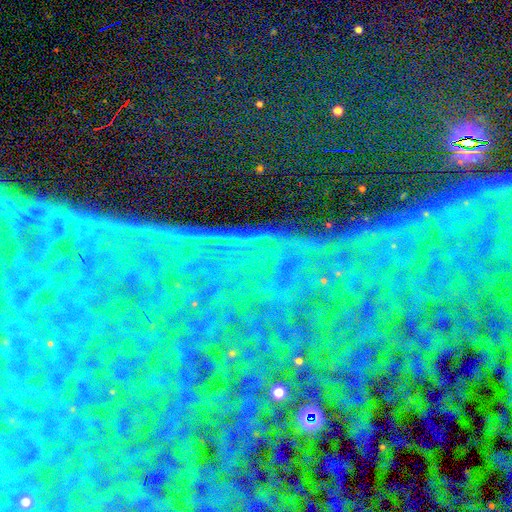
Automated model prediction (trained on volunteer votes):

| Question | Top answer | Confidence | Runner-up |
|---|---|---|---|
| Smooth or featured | star or artifact | 87% | featured or disk (7%) |